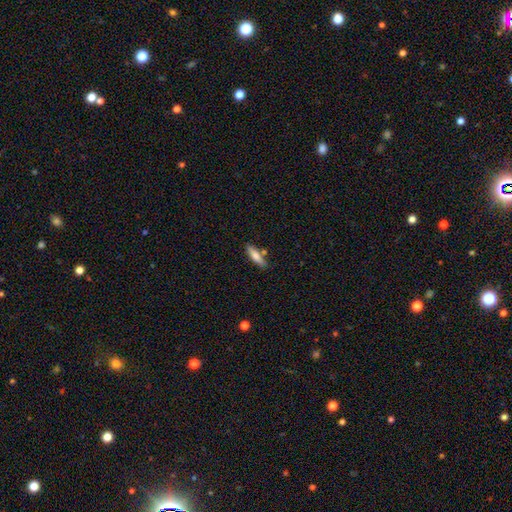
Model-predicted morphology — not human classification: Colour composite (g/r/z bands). It shows a smooth galaxy with no disk features (73%) that is cigar-shaped (64%). Merging: none (76%).